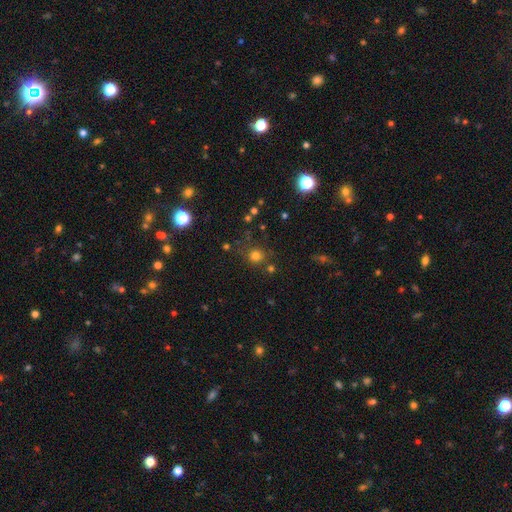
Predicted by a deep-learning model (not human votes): This is likely a smooth galaxy (74%). How rounded: clearly round (91%). Merging: likely none (77%).